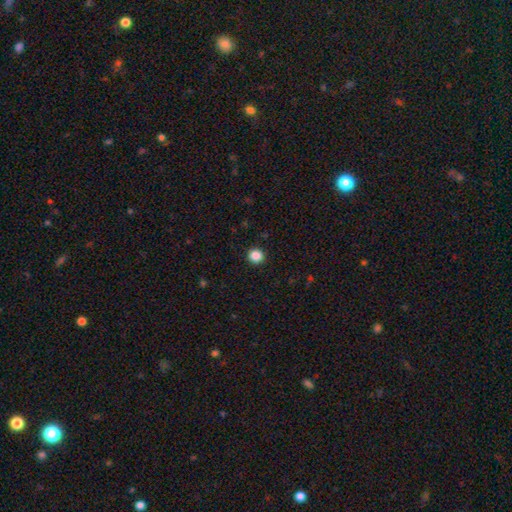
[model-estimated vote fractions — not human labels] Smooth or featured? smooth (87%)
How rounded? round (90%)
Merging? none (93%)